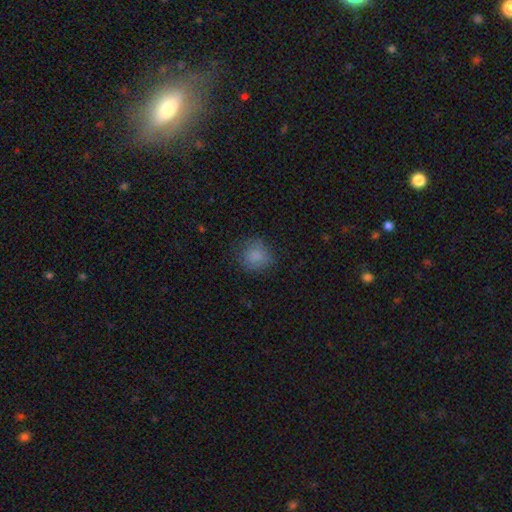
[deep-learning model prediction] Smooth or featured? Predicted: smooth (p=0.83). How rounded? Predicted: round (p=0.84). Merging? Predicted: none (p=0.74).